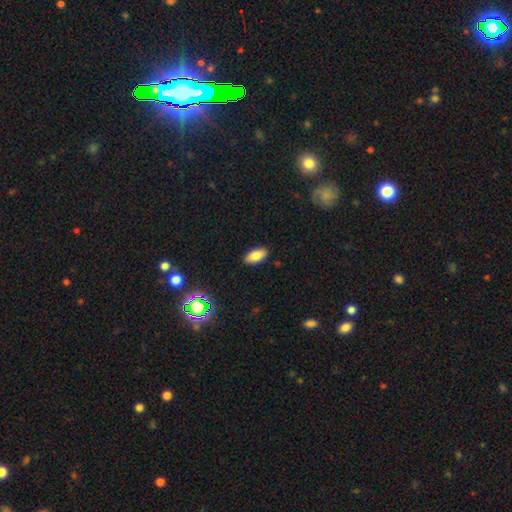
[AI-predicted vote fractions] Smooth or featured?
  - smooth: 81% *
  - star or artifact: 10%
  - featured or disk: 9%
How rounded?
  - in between: 92% *
  - cigar-shaped: 5%
  - round: 3%
Merging?
  - none: 89% *
  - minor disturbance: 8%
  - major disturbance: 2%
  - merger: 1%